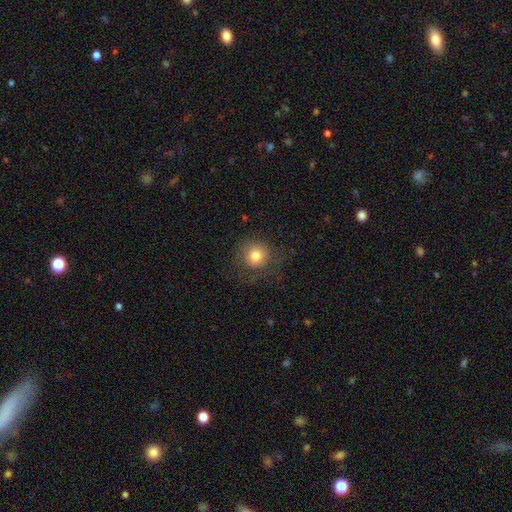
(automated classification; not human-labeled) This is likely a smooth galaxy (79%). How rounded: clearly round (91%). Merging: likely none (76%).